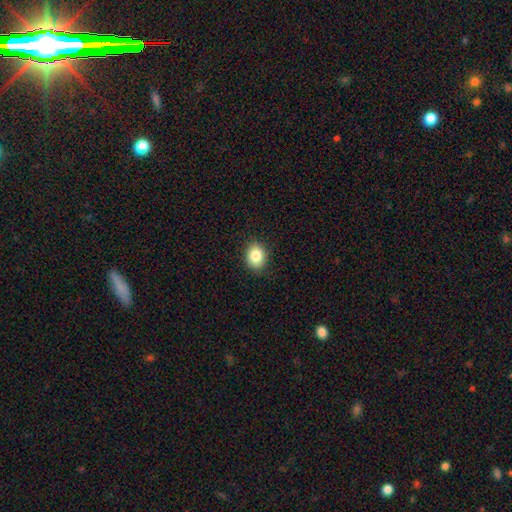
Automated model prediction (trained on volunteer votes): A smooth galaxy with no disk features (85%) that is in between round and cigar-shaped (55%). Merging: none (88%).